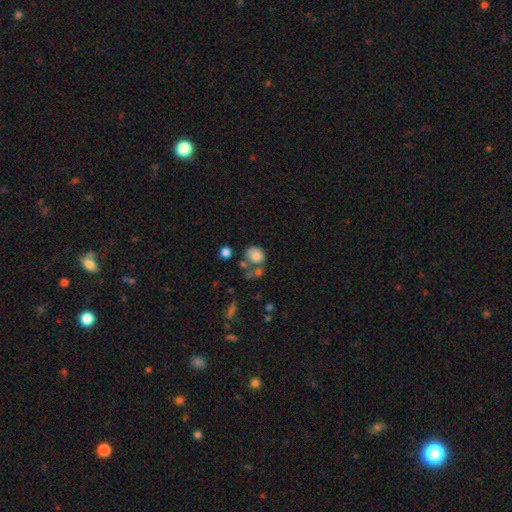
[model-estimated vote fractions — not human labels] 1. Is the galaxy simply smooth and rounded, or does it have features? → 73% smooth, 17% featured or disk, 10% star or artifact.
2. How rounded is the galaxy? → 59% round, 40% in between, 1% cigar-shaped.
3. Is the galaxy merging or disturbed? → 40% none, 26% merger, 21% minor disturbance, 13% major disturbance.